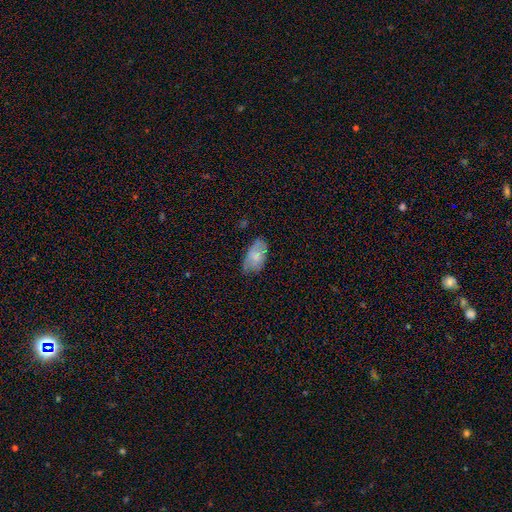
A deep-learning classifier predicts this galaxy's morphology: This is likely a smooth galaxy (69%). How rounded: clearly in between (94%). Merging: likely none (61%).